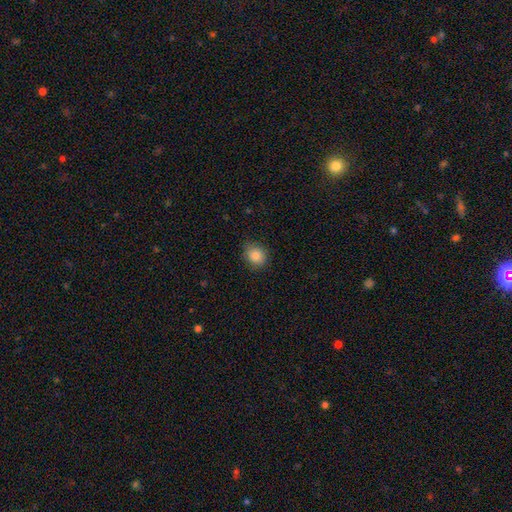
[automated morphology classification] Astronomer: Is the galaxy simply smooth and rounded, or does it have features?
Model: smooth — 87%.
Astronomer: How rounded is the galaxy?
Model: round — 68%.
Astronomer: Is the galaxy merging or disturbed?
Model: none — 80%.